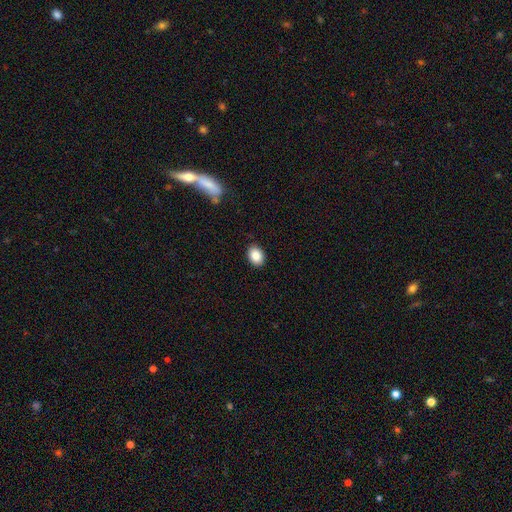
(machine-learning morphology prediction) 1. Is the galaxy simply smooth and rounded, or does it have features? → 88% smooth, 8% star or artifact, 4% featured or disk.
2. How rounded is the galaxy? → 74% in between, 24% round, 1% cigar-shaped.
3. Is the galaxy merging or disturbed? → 88% none, 9% minor disturbance, 2% major disturbance, 1% merger.